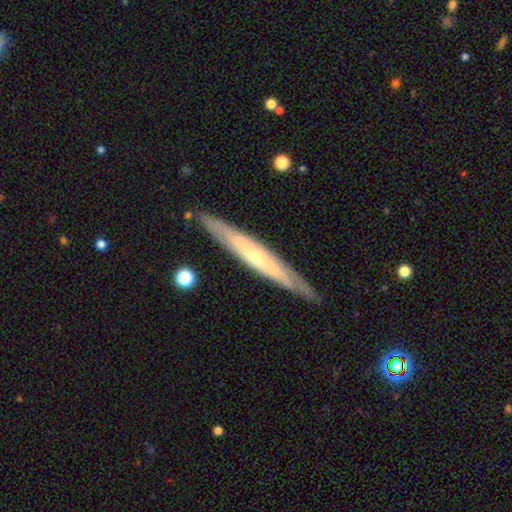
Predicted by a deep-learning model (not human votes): This appears to be a featured or disk galaxy (68%) viewed edge-on (84%) with a rounded central bulge (59%). Merging: none (87%).